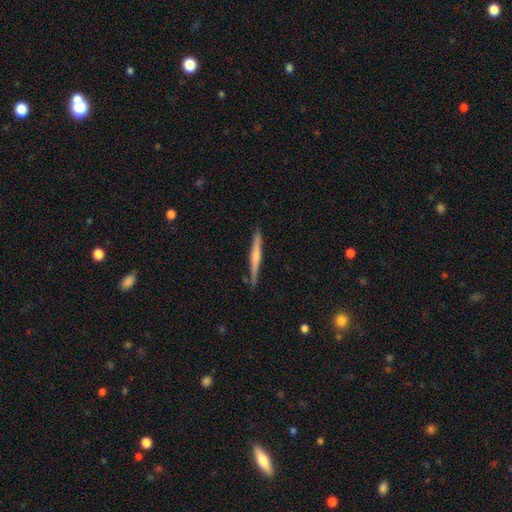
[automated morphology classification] smooth_or_featured: featured or disk (p=0.51) [alt: smooth p=0.44]
disk_edge_on: yes (p=0.97) [alt: no p=0.03]
merging: none (p=0.87) [alt: minor disturbance p=0.09]